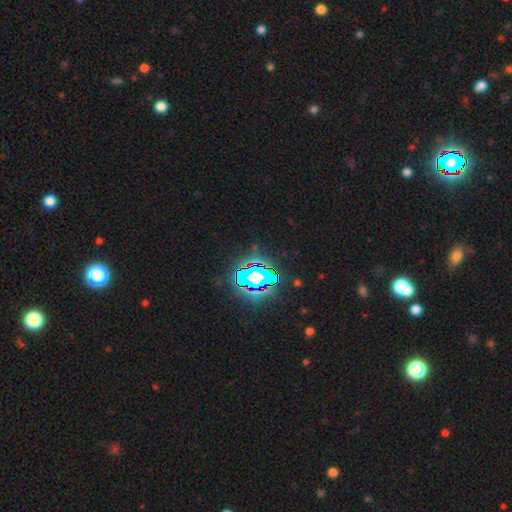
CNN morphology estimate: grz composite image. It shows a star or artifact, not a galaxy (80%).